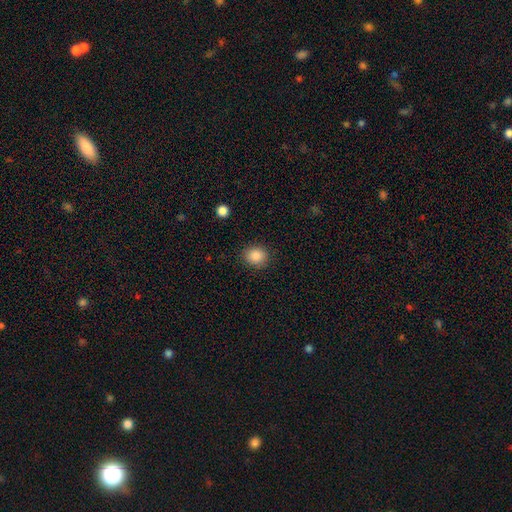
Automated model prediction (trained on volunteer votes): Smooth or featured?
  - smooth: 86% *
  - star or artifact: 9%
  - featured or disk: 5%
How rounded?
  - round: 72% *
  - in between: 27%
  - cigar-shaped: 1%
Merging?
  - none: 89% *
  - minor disturbance: 8%
  - major disturbance: 2%
  - merger: 1%